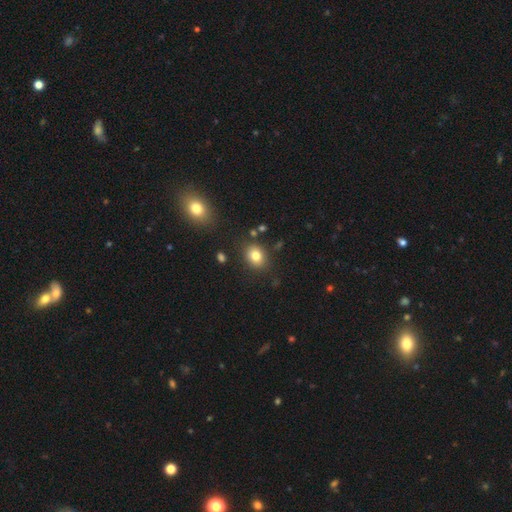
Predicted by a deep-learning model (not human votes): Smooth or featured? Predicted: smooth (p=0.80). How rounded? Predicted: in between (p=0.51). Merging? Predicted: none (p=0.83).